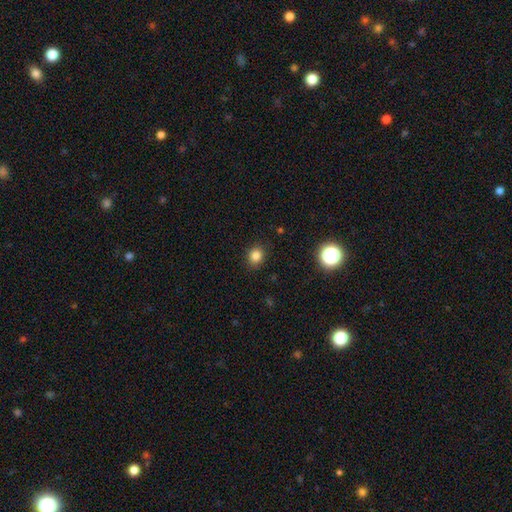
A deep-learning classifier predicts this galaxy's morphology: Q: Smooth or featured?
A: smooth (82%); runner-up: star or artifact (13%)
Q: How rounded?
A: round (69%); runner-up: in between (30%)
Q: Merging?
A: none (89%); runner-up: minor disturbance (8%)